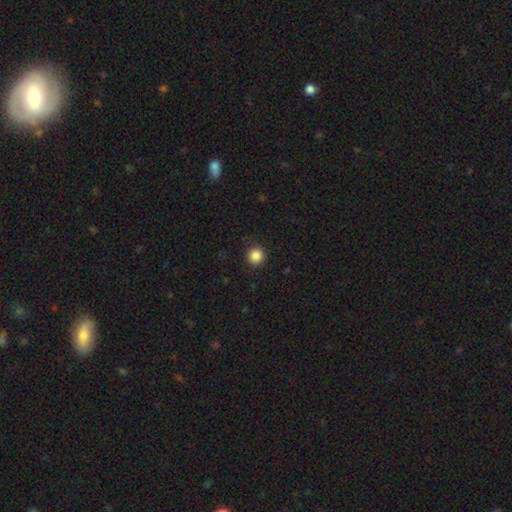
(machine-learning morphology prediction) The model was most divided on "smooth or featured": smooth: 86%, star or artifact: 11%, featured or disk: 3%. More confident: how rounded — round (94%); merging — none (90%).